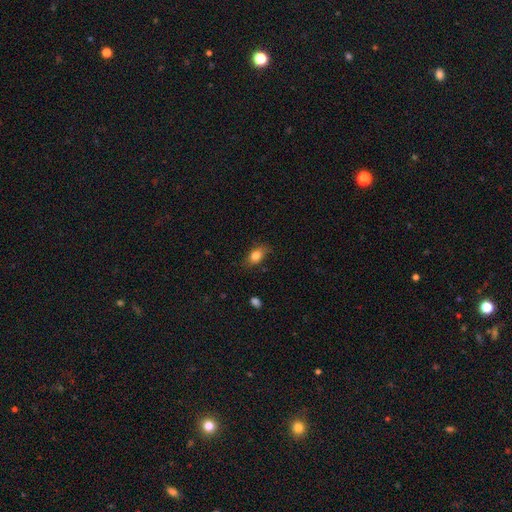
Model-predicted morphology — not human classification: Q: Smooth or featured?
A: smooth (82%); runner-up: featured or disk (10%)
Q: How rounded?
A: in between (82%); runner-up: round (13%)
Q: Merging?
A: none (75%); runner-up: minor disturbance (19%)